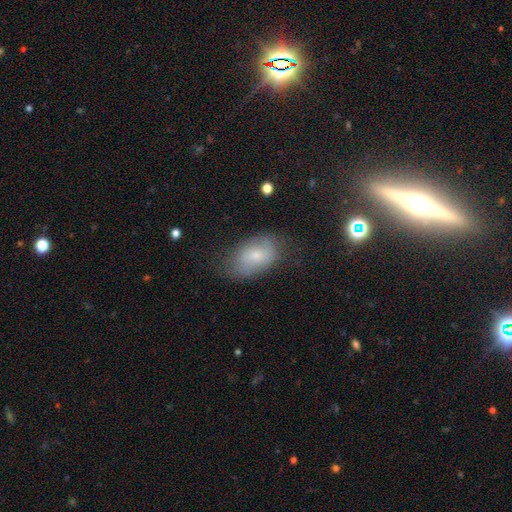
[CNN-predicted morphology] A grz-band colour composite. It shows a smooth galaxy with no disk features (65%) that is in between round and cigar-shaped (90%). Merging: none (65%).